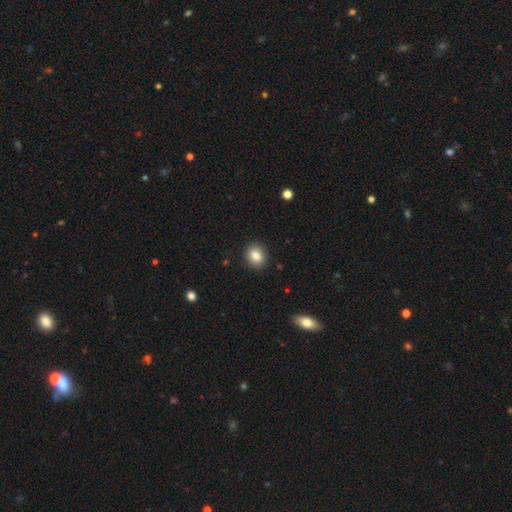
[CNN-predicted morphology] Smooth or featured? smooth (84%)
How rounded? round (70%)
Merging? none (90%)